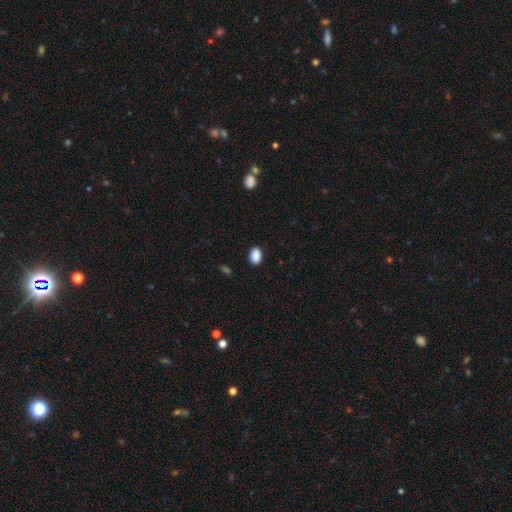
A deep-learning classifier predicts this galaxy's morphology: type=smooth (89%); roundness=in between (80%); merging=none (89%).